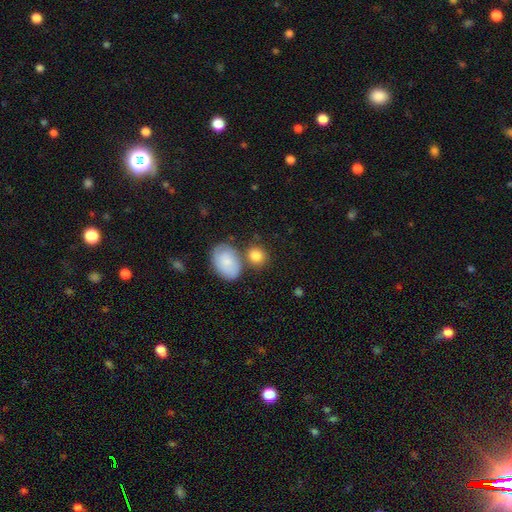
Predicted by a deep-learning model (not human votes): Smooth or featured? Predicted: smooth (p=0.83). How rounded? Predicted: round (p=0.64). Merging? Predicted: none (p=0.62).